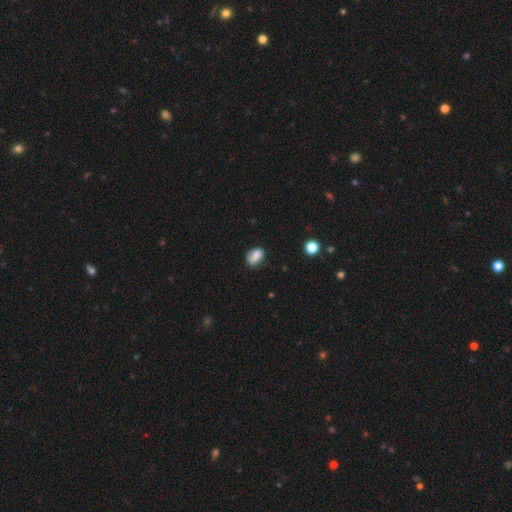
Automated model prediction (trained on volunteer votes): Smooth or featured? Predicted: smooth (p=0.79). How rounded? Predicted: in between (p=0.83). Merging? Predicted: none (p=0.65).